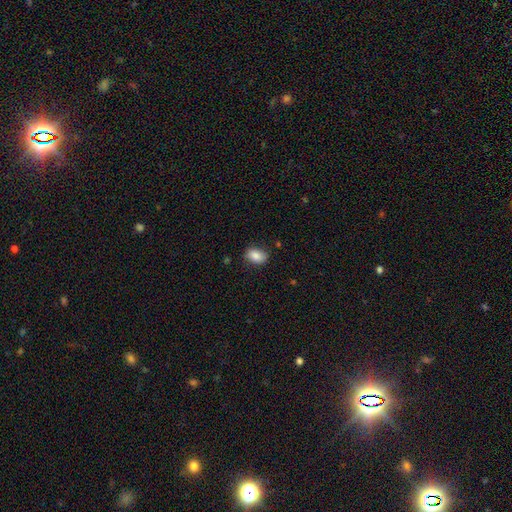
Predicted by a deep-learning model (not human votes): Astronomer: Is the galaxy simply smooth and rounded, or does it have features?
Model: smooth — 84%.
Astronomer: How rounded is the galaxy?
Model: in between — 82%.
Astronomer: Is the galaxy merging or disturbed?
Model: none — 81%.